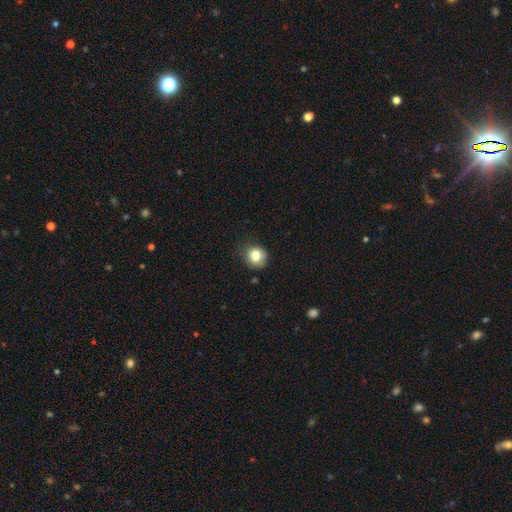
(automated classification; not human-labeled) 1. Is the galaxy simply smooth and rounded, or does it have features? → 80% smooth, 11% star or artifact, 9% featured or disk.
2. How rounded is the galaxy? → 85% round, 14% in between, 1% cigar-shaped.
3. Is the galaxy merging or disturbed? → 77% none, 18% minor disturbance, 4% major disturbance, 1% merger.